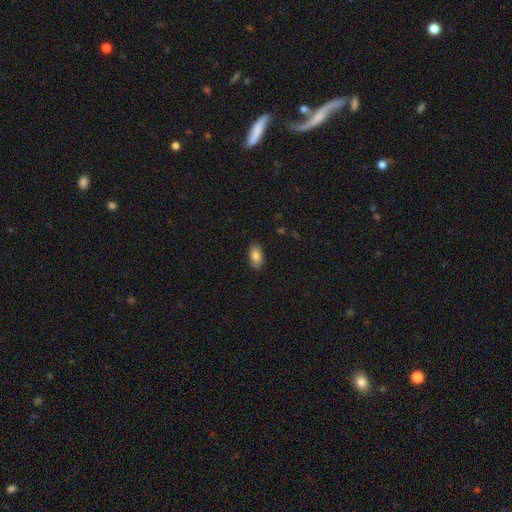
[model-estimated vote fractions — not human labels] smooth-or-featured: smooth: 83% | featured or disk: 9% | star or artifact: 7%
  how-rounded: in between: 93% | round: 4% | cigar-shaped: 3%
  merging: none: 87% | minor disturbance: 10% | major disturbance: 2% | merger: 1%